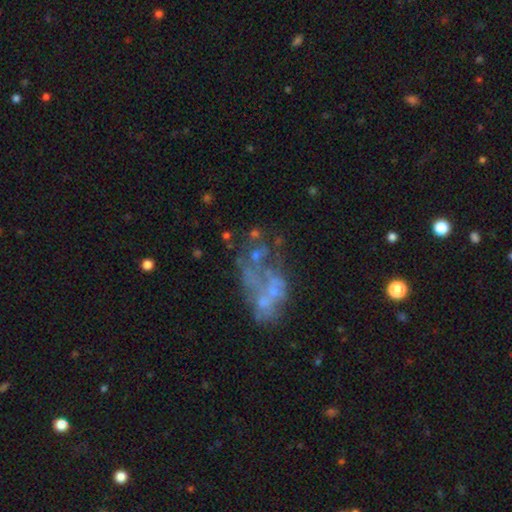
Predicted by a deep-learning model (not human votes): A featured or disk galaxy (58%) with no bar (93%), no spiral arms (94%) and no central bulge (72%). Merging: merger (32%).